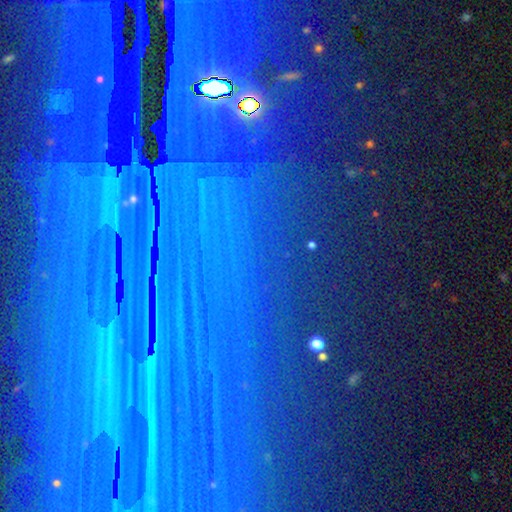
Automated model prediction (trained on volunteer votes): Smooth or featured: star or artifact — 82% (smooth — 9%)